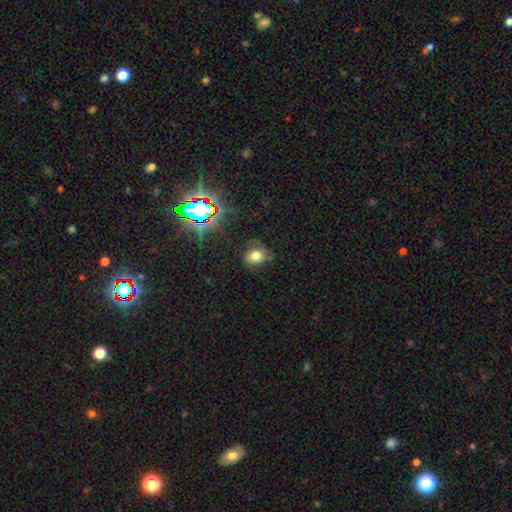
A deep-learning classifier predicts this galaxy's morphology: This appears to be a smooth galaxy with no disk features (68%) that is round (52%). Merging: none (57%).